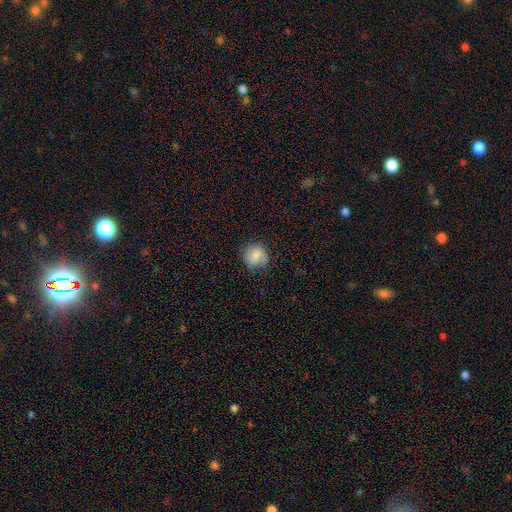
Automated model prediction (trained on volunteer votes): Smooth or featured?
  - smooth: 80% *
  - featured or disk: 11%
  - star or artifact: 9%
How rounded?
  - round: 85% *
  - in between: 14%
  - cigar-shaped: 1%
Merging?
  - none: 77% *
  - minor disturbance: 17%
  - major disturbance: 5%
  - merger: 1%